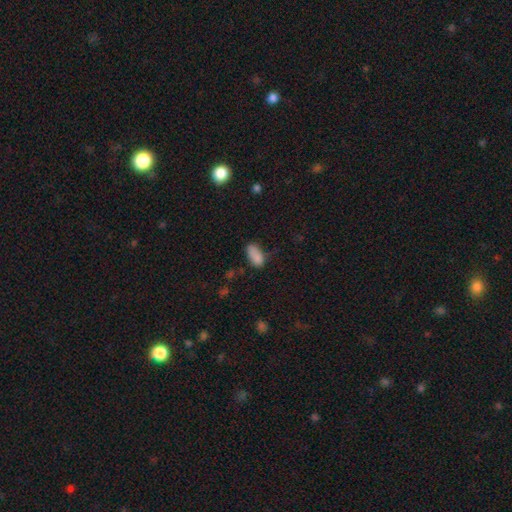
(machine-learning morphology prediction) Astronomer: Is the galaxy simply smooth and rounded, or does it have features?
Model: smooth — 84%.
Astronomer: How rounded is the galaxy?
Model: in between — 90%.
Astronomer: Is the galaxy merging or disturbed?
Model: none — 57%.